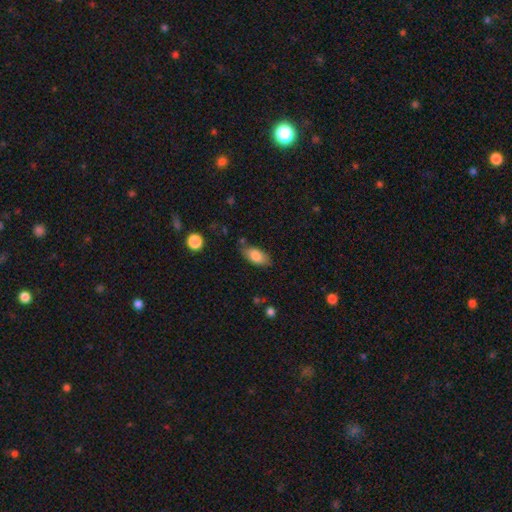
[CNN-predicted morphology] Q: Smooth or featured?
A: smooth (83%); runner-up: featured or disk (10%)
Q: How rounded?
A: in between (91%); runner-up: cigar-shaped (6%)
Q: Merging?
A: none (70%); runner-up: minor disturbance (21%)